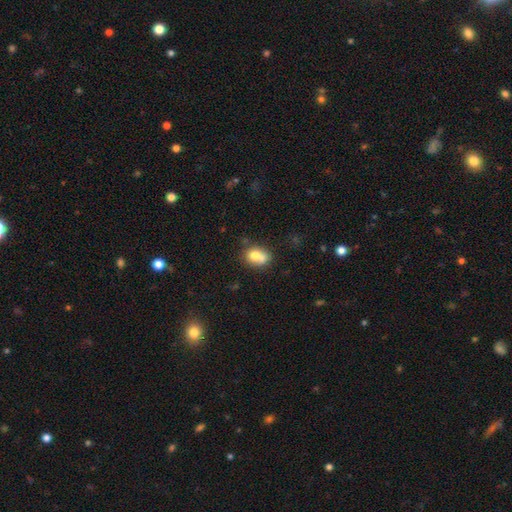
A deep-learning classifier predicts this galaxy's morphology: Overall: smooth (72%). How rounded: round (55%; in between 44%). Merging: none (41%; merger 40%).